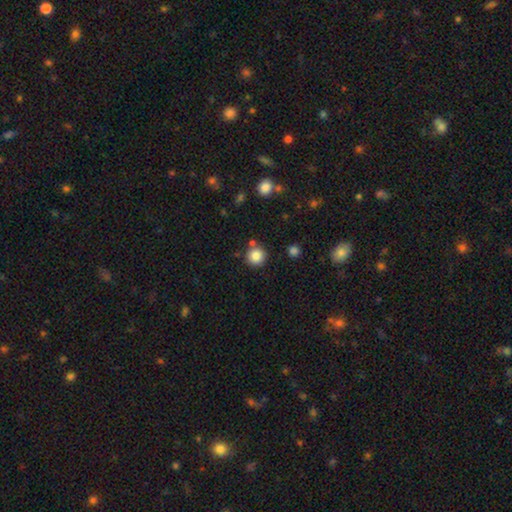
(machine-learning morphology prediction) The model was most divided on "smooth or featured": smooth: 85%, star or artifact: 10%, featured or disk: 5%. More confident: how rounded — round (94%); merging — none (83%).